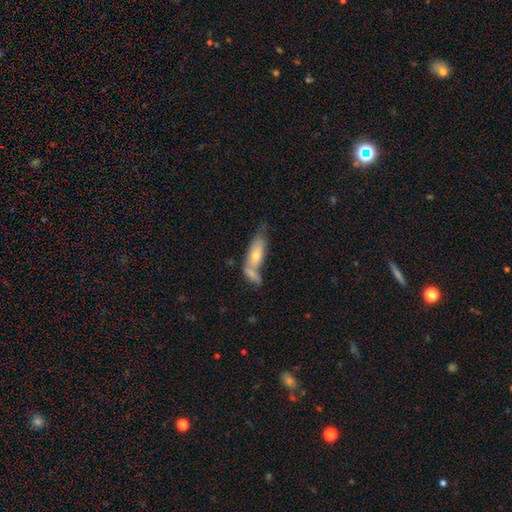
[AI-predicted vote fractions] Q: Smooth or featured?
A: smooth (61%); runner-up: featured or disk (32%)
Q: How rounded?
A: in between (71%); runner-up: cigar-shaped (26%)
Q: Merging?
A: merger (47%); runner-up: none (30%)